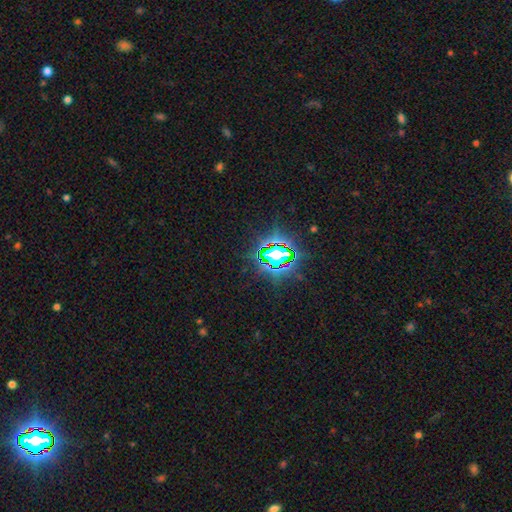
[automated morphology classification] Smooth or featured?
  - star or artifact: 82% *
  - smooth: 11%
  - featured or disk: 7%